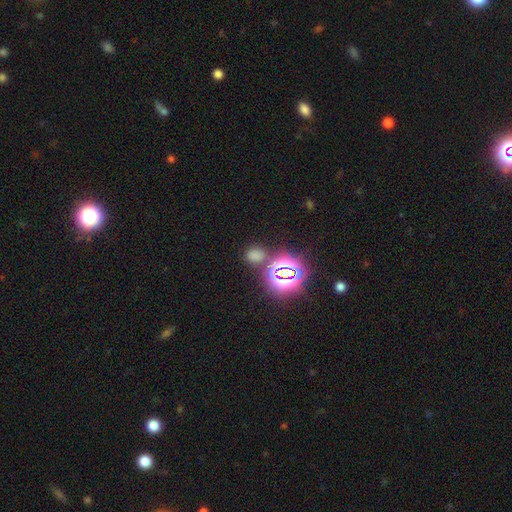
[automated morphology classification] The model was most divided on "smooth or featured": smooth: 55%, star or artifact: 39%, featured or disk: 6%. More confident: merging — none (73%); how rounded — round (61%).